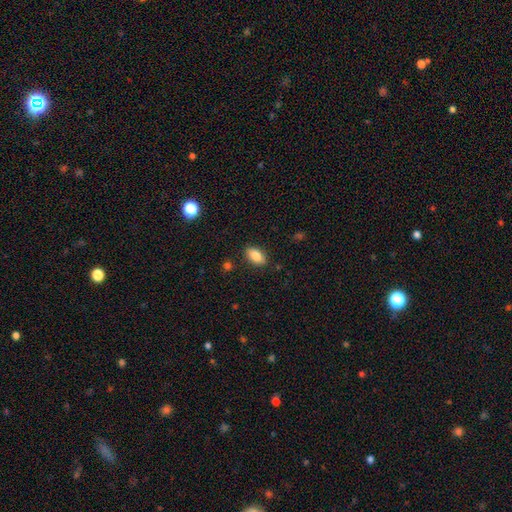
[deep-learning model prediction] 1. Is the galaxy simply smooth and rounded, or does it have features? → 85% smooth, 8% star or artifact, 7% featured or disk.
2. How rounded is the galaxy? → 90% in between, 5% round, 5% cigar-shaped.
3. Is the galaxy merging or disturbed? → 87% none, 9% minor disturbance, 2% major disturbance, 2% merger.